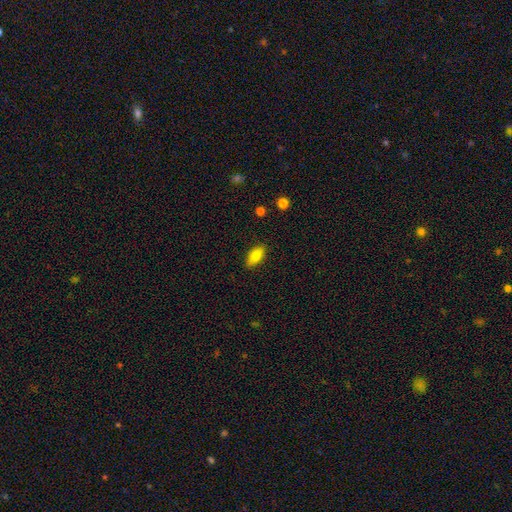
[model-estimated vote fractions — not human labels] Smooth or featured? smooth (80%)
How rounded? in between (85%)
Merging? none (87%)